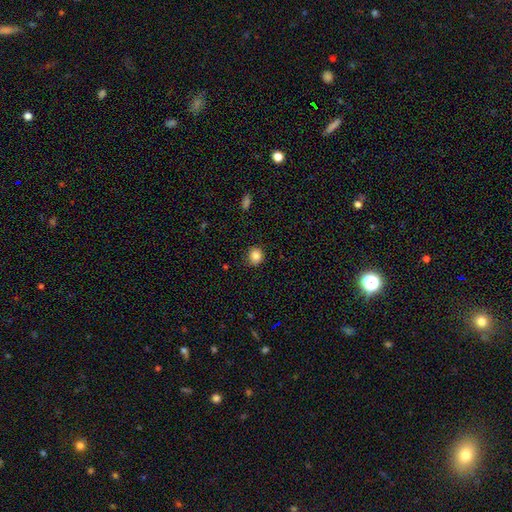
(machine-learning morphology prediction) A smooth galaxy with no disk features (85%) that is round (83%). Merging: none (85%).